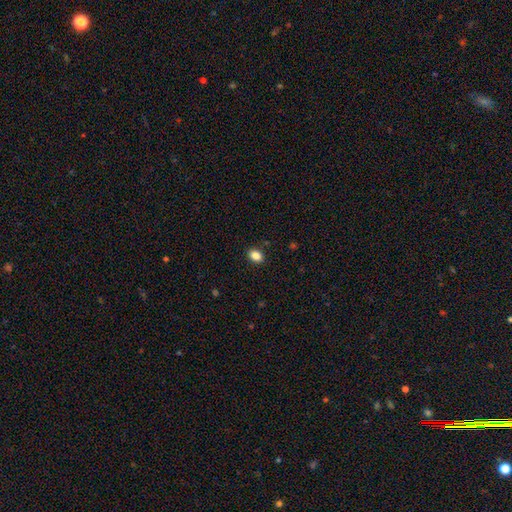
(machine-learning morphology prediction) smooth-or-featured: smooth: 86% | star or artifact: 10% | featured or disk: 4%
  how-rounded: in between: 74% | round: 25% | cigar-shaped: 1%
  merging: none: 89% | minor disturbance: 8% | major disturbance: 2% | merger: 1%